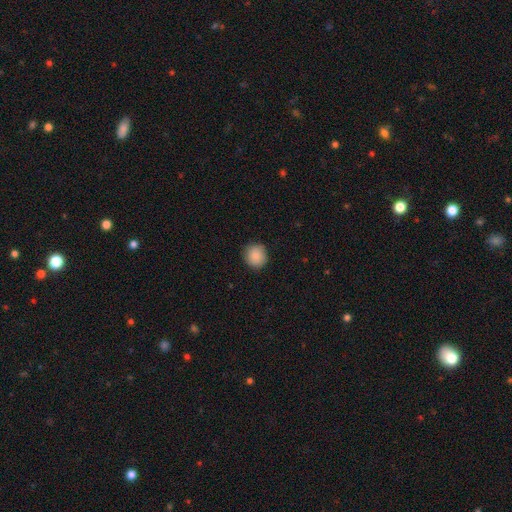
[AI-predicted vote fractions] The model was most divided on "merging": none: 87%, minor disturbance: 10%, major disturbance: 2%, merger: 1%. More confident: how rounded — round (90%); smooth or featured — smooth (88%).